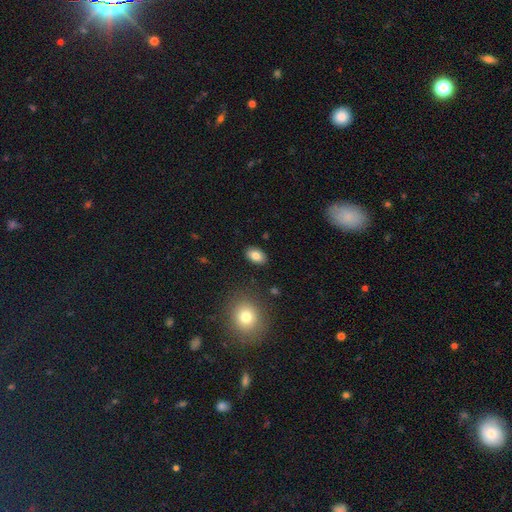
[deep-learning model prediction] smooth_or_featured: smooth (p=0.82) [alt: featured or disk p=0.09]
how_rounded: in between (p=0.85) [alt: round p=0.13]
merging: none (p=0.87) [alt: minor disturbance p=0.09]